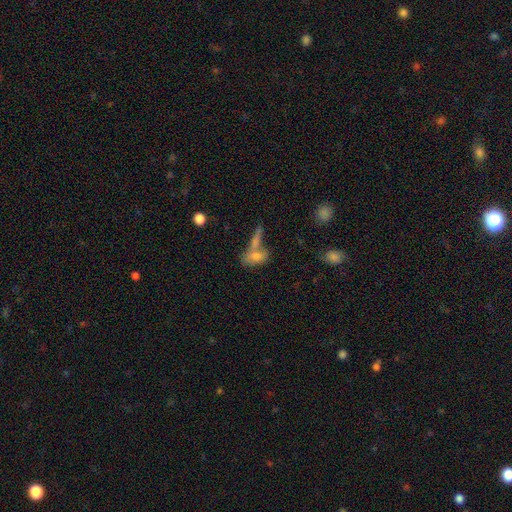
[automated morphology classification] type=smooth (70%); roundness=in between (78%); merging=merger (43%).